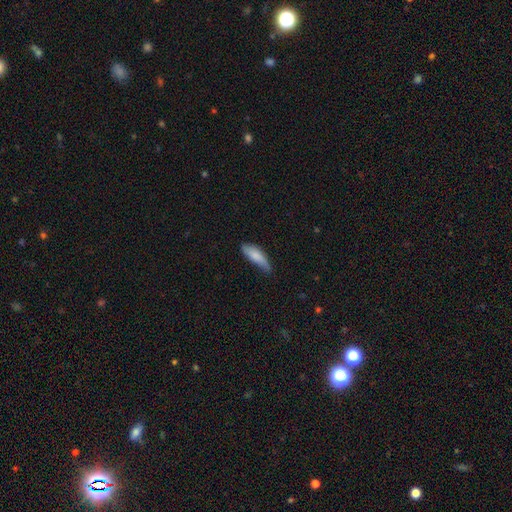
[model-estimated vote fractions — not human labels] This is likely a smooth galaxy (78%). How rounded: possibly in between (51%). Merging: possibly none (51%).